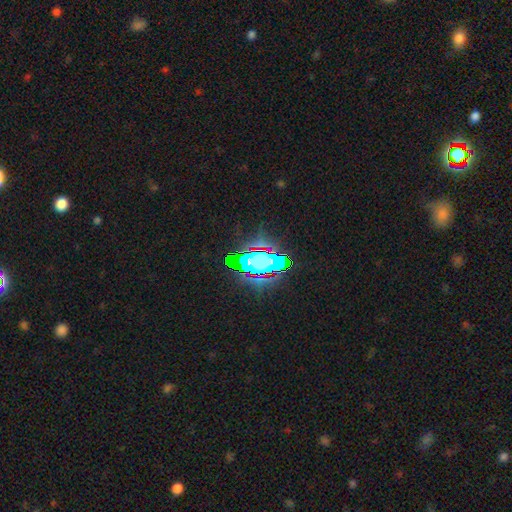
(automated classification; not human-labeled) Smooth or featured?
  - star or artifact: 59% *
  - featured or disk: 21%
  - smooth: 20%